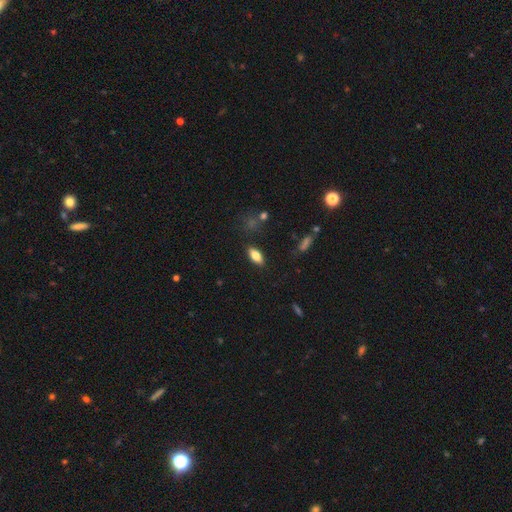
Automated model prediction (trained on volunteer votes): Smooth or featured? Predicted: smooth (p=0.75). How rounded? Predicted: in between (p=0.82). Merging? Predicted: none (p=0.85).